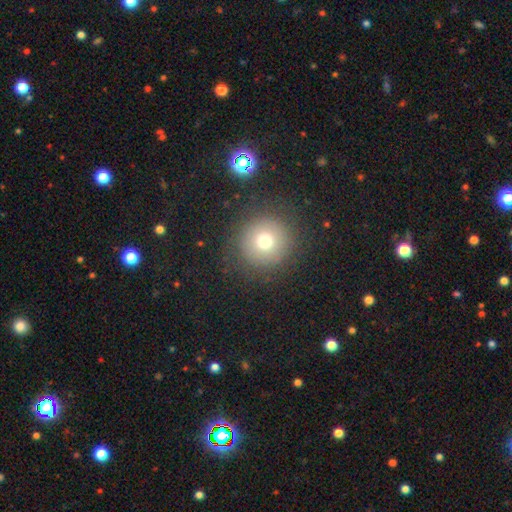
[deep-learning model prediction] Smooth or featured? smooth (60%)
How rounded? round (94%)
Merging? none (90%)